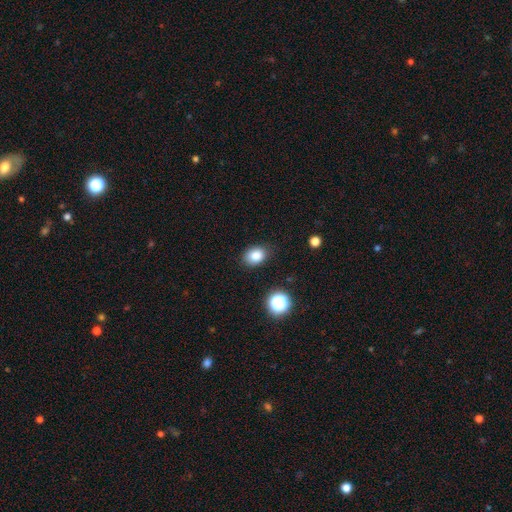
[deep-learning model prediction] smooth 83%, star or artifact 11%, featured or disk 6%. Down the decision tree: how rounded — in between (67%); merging — none (84%).